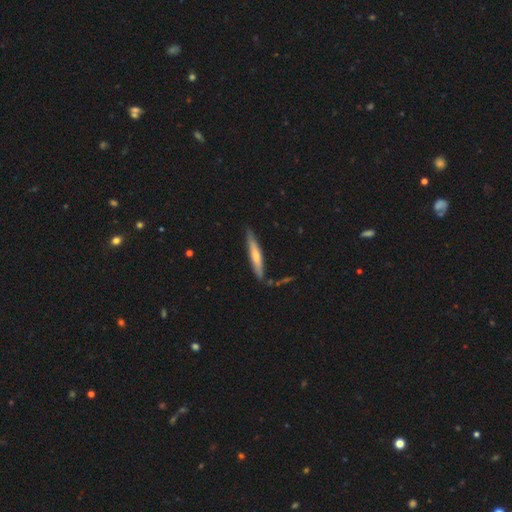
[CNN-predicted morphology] smooth_or_featured: smooth (p=0.53) [alt: featured or disk p=0.42]
how_rounded: cigar-shaped (p=0.93) [alt: in between p=0.06]
merging: none (p=0.82) [alt: minor disturbance p=0.12]